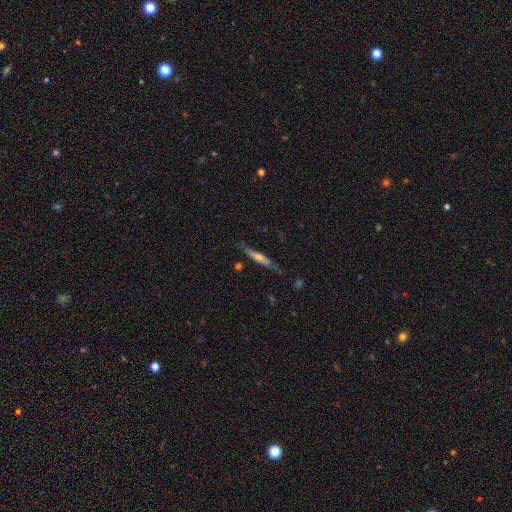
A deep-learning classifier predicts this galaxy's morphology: smooth-or-featured: featured or disk: 68% | smooth: 25% | star or artifact: 7%
  disk-edge-on: yes: 96% | no: 4%
    edge-on-bulge: rounded: 64% | none: 22% | boxy: 14%
  merging: none: 84% | minor disturbance: 12% | major disturbance: 3% | merger: 2%